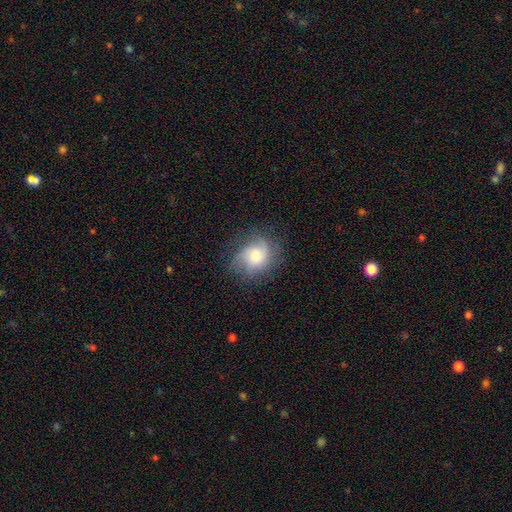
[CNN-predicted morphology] smooth 51%, featured or disk 40%, star or artifact 10%. Down the decision tree: how rounded — round (63%); merging — none (66%).